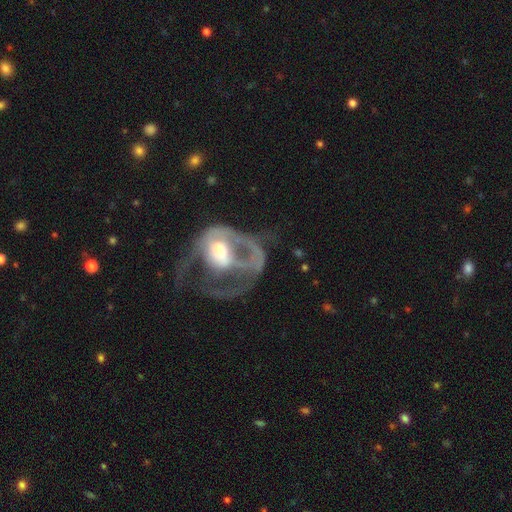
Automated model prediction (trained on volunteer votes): Q: Smooth or featured?
A: featured or disk (69%); runner-up: smooth (23%)
Q: Edge-on disk?
A: no (96%); runner-up: yes (4%)
Q: Bar?
A: no (66%); runner-up: weak (24%)
Q: Spiral arms?
A: no (51%); runner-up: yes (49%)
Q: Bulge size?
A: moderate (57%); runner-up: large (20%)
Q: Merging?
A: major disturbance (66%); runner-up: none (16%)